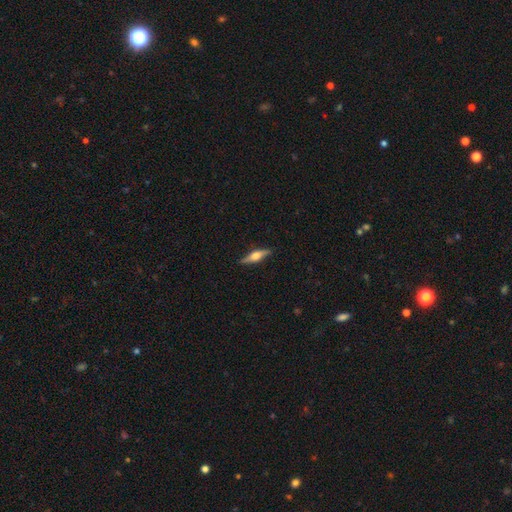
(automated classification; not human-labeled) The model was most divided on "smooth or featured": featured or disk: 62%, smooth: 32%, star or artifact: 6%. More confident: edge-on disk — yes (96%); edge-on bulge — rounded (90%); merging — none (87%).